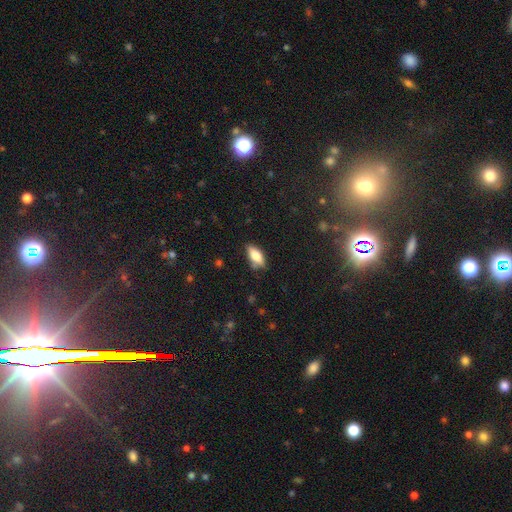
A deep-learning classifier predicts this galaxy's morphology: A smooth galaxy with no disk features (79%) that is in between round and cigar-shaped (84%). Merging: none (74%).